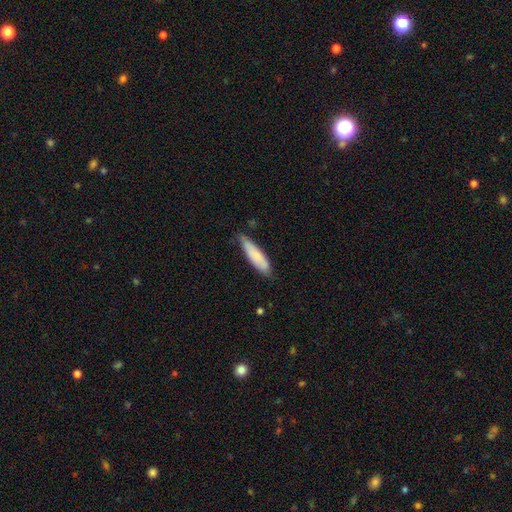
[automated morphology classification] smooth 79%, featured or disk 16%, star or artifact 6%. Down the decision tree: how rounded — cigar-shaped (69%); merging — none (69%).